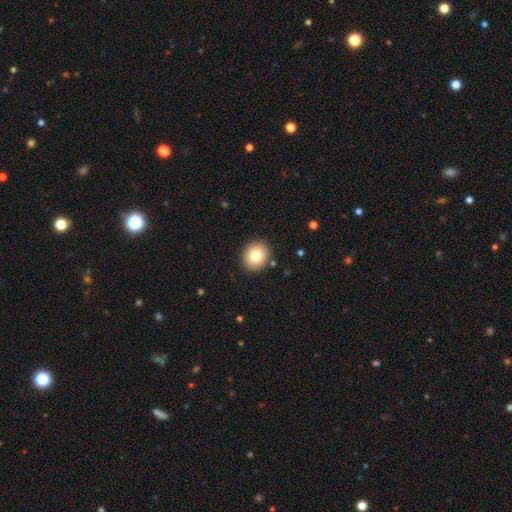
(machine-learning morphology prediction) This is likely a smooth galaxy (79%). How rounded: likely round (75%). Merging: clearly none (89%).